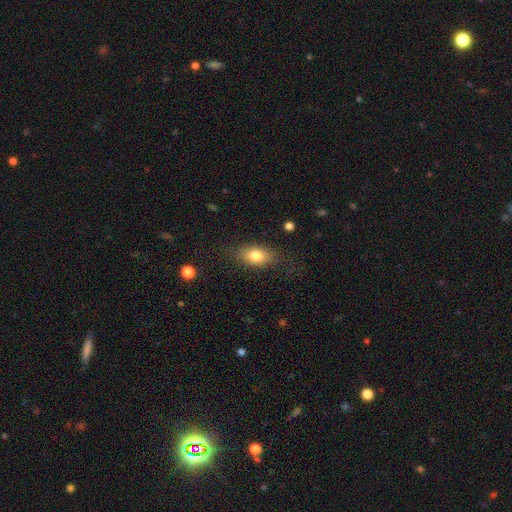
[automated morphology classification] Overall: smooth (79%). How rounded: in between (83%). Merging: none (78%).